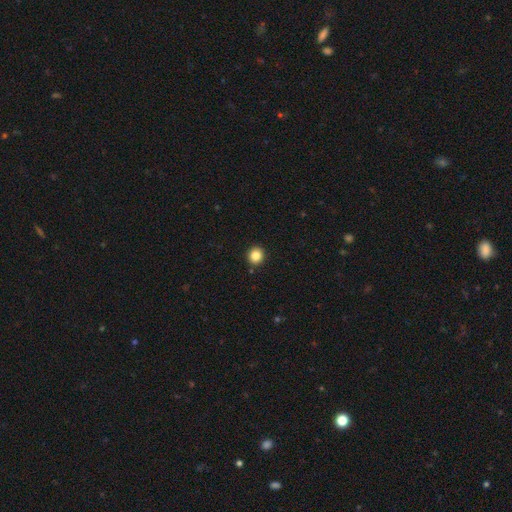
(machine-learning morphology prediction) Smooth or featured? smooth (85%)
How rounded? round (89%)
Merging? none (92%)